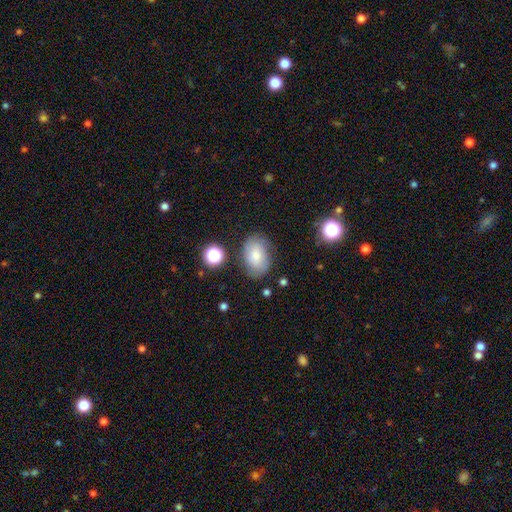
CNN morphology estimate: Smooth or featured? Predicted: smooth (p=0.69). How rounded? Predicted: in between (p=0.82). Merging? Predicted: none (p=0.73).